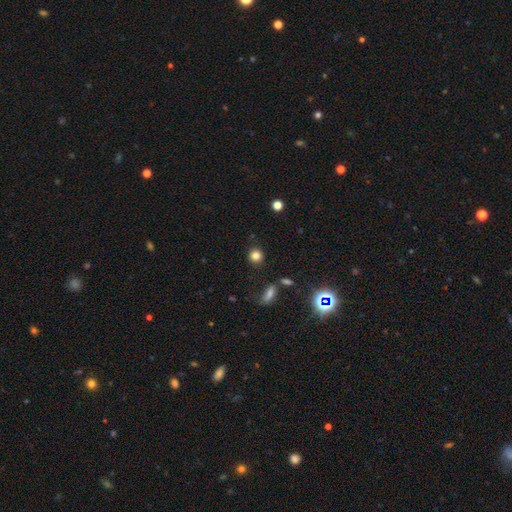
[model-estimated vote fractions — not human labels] Smooth or featured? Predicted: smooth (p=0.81). How rounded? Predicted: round (p=0.89). Merging? Predicted: none (p=0.87).